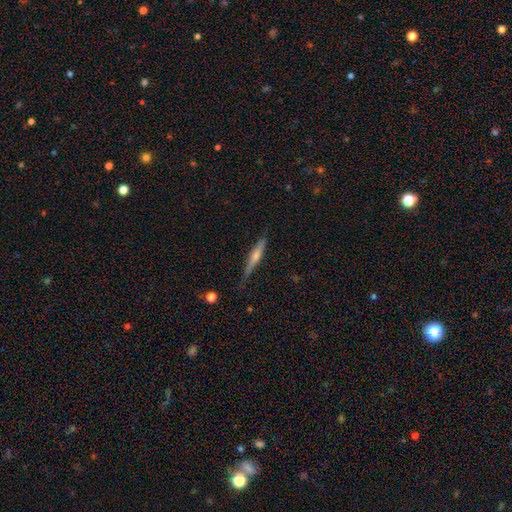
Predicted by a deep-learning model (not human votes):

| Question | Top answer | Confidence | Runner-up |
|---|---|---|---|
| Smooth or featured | featured or disk | 49% | smooth (44%) |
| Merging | none | 72% | minor disturbance (21%) |